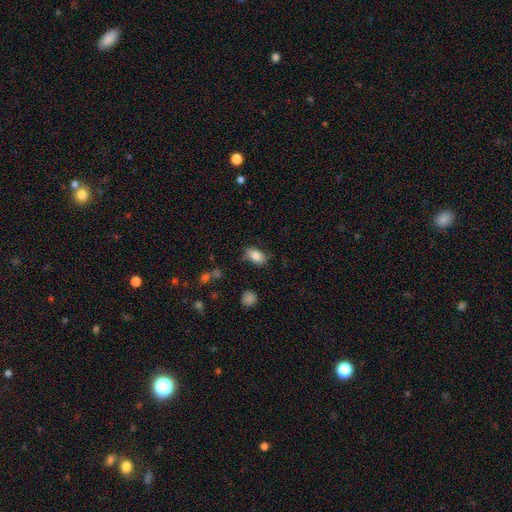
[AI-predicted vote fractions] Smooth or featured? Predicted: smooth (p=0.84). How rounded? Predicted: in between (p=0.89). Merging? Predicted: none (p=0.73).